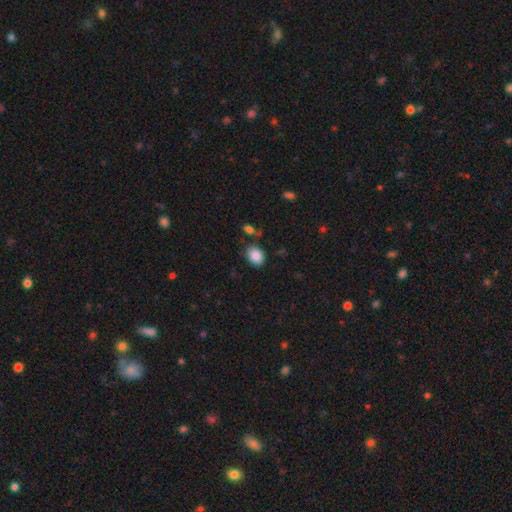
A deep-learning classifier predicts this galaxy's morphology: A smooth galaxy with no disk features (87%) that is in between round and cigar-shaped (64%).

Vote fractions:
- Smooth or featured? smooth: 87% / star or artifact: 8% / featured or disk: 5%
- How rounded? in between: 64% / round: 35% / cigar-shaped: 1%
- Merging? none: 80% / minor disturbance: 12% / merger: 5% / major disturbance: 3%